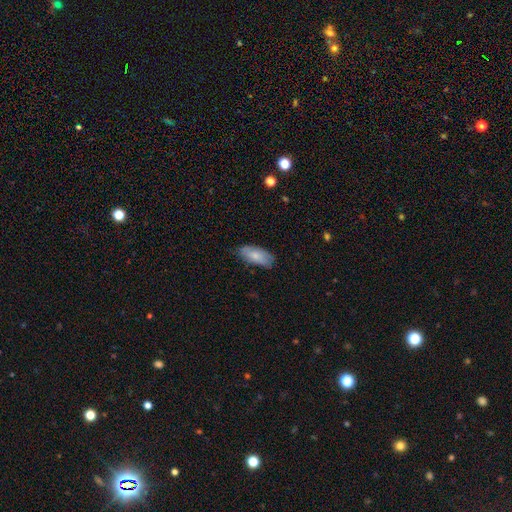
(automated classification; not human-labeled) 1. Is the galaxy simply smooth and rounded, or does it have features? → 78% smooth, 16% featured or disk, 6% star or artifact.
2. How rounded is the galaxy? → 87% in between, 11% cigar-shaped, 2% round.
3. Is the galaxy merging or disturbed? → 74% none, 21% minor disturbance, 4% major disturbance, 1% merger.